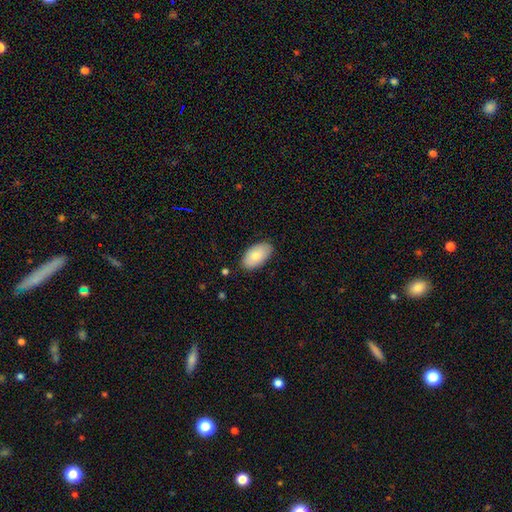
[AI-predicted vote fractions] A smooth galaxy with no disk features (81%) that is in between round and cigar-shaped (96%). Merging: none (85%).